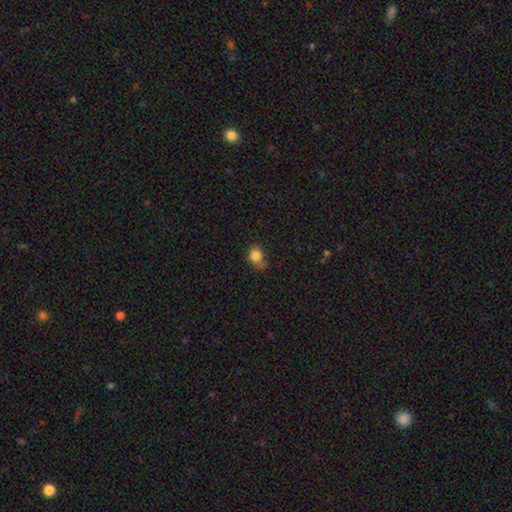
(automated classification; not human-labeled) The model was most divided on "merging": none: 47%, minor disturbance: 34%, major disturbance: 14%, merger: 4%. More confident: smooth or featured — smooth (83%); how rounded — round (62%).